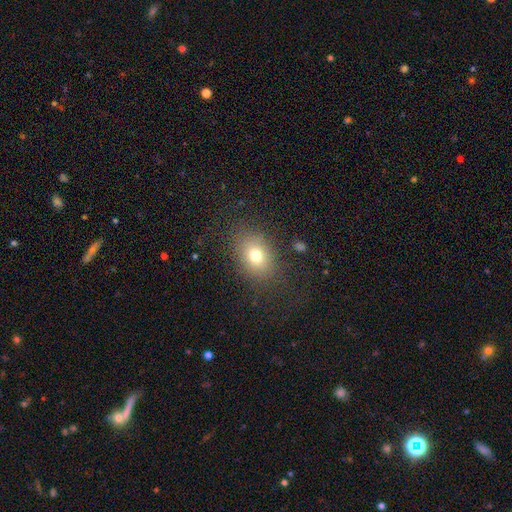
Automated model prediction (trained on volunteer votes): Q: Smooth or featured?
A: smooth (73%); runner-up: star or artifact (14%)
Q: How rounded?
A: in between (63%); runner-up: round (36%)
Q: Merging?
A: none (81%); runner-up: minor disturbance (11%)